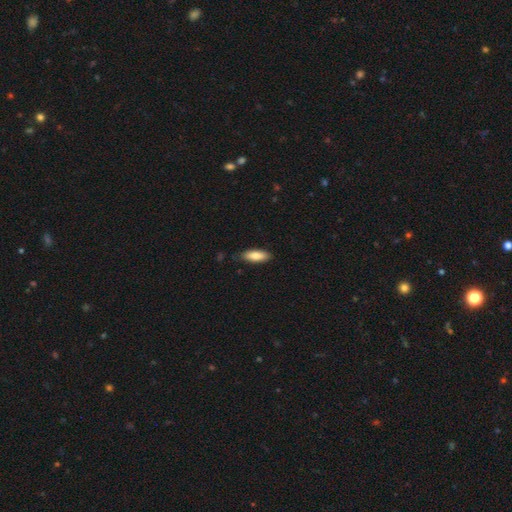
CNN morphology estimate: smooth 82%, featured or disk 12%, star or artifact 6%. Down the decision tree: how rounded — in between (64%); merging — none (82%).